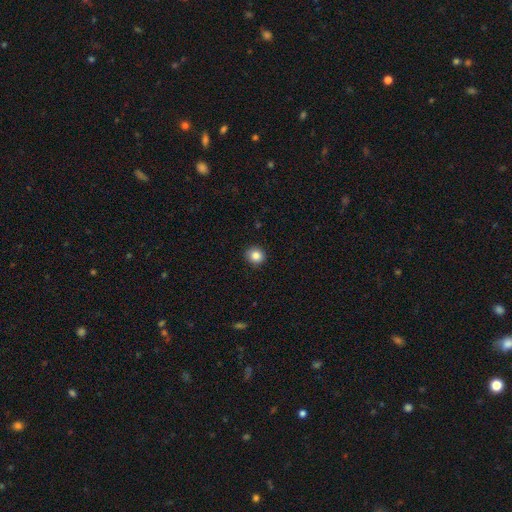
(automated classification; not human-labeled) The model was most divided on "smooth or featured": smooth: 85%, star or artifact: 10%, featured or disk: 5%. More confident: merging — none (91%); how rounded — round (87%).